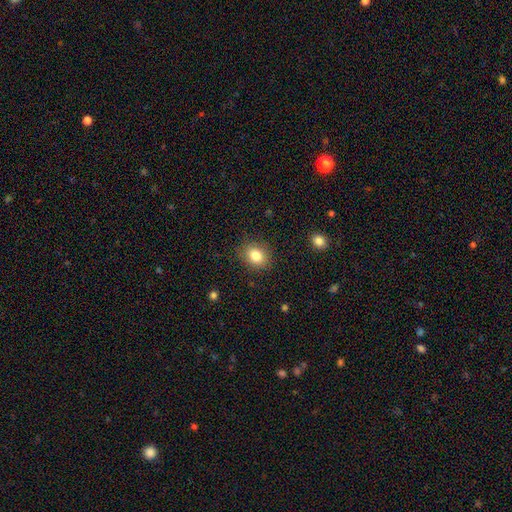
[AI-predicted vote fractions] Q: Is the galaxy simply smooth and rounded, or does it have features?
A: smooth — 82%.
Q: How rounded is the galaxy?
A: round — 57%.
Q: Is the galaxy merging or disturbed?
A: none — 85%.